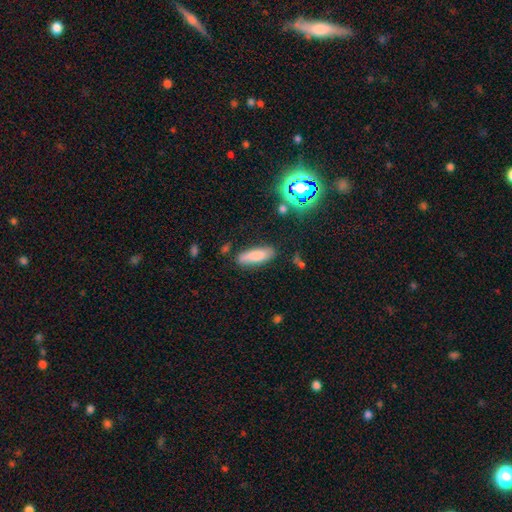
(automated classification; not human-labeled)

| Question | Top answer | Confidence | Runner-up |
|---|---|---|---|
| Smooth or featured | smooth | 81% | featured or disk (10%) |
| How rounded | in between | 50% | cigar-shaped (48%) |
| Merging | none | 80% | minor disturbance (14%) |